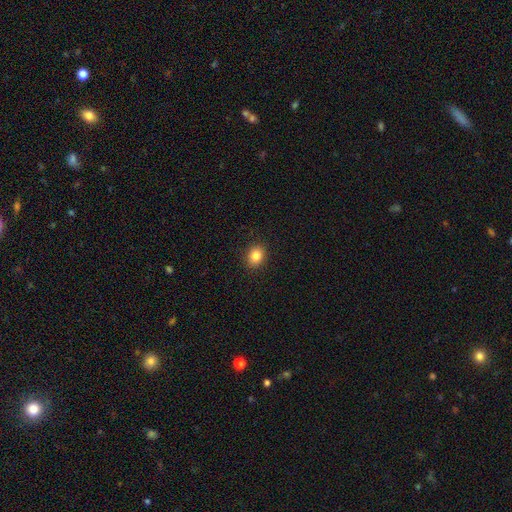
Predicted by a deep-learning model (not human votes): A smooth galaxy with no disk features (84%) that is round (60%).

Vote fractions:
- Smooth or featured? smooth: 84% / star or artifact: 11% / featured or disk: 6%
- How rounded? round: 60% / in between: 39% / cigar-shaped: 1%
- Merging? none: 90% / minor disturbance: 7% / major disturbance: 2% / merger: 1%